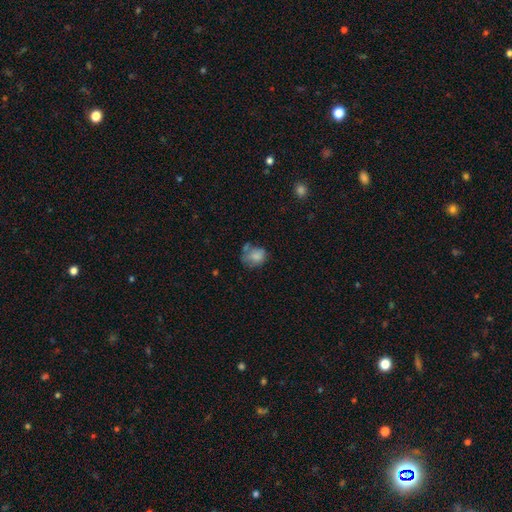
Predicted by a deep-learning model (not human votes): The model was most divided on "how rounded": round: 56%, in between: 43%, cigar-shaped: 1%. Remaining: smooth or featured — smooth (76%); merging — none (45%).